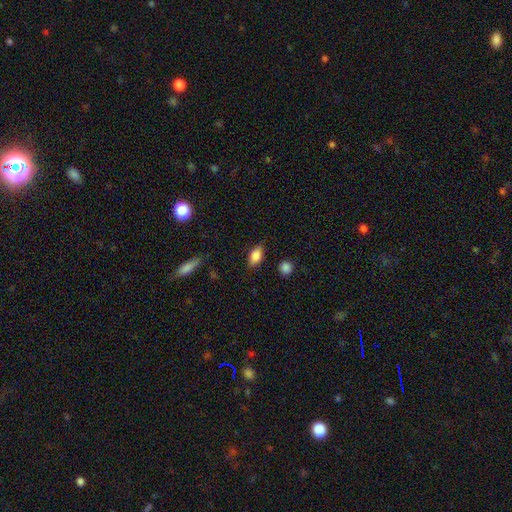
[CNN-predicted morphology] This appears to be a smooth galaxy with no disk features (80%) that is in between round and cigar-shaped (85%). Merging: none (79%).